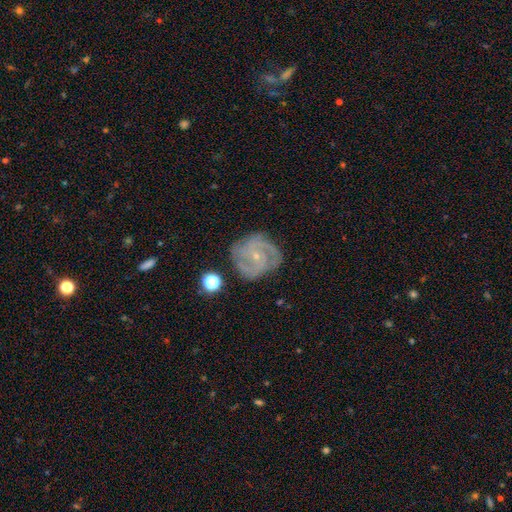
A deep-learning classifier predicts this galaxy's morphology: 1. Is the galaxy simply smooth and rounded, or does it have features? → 86% featured or disk, 8% smooth, 6% star or artifact.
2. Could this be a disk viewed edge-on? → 98% no, 2% yes.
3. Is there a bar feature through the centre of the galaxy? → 65% no, 28% weak, 7% strong.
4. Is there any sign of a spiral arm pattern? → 97% yes, 3% no.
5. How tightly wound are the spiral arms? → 51% tight, 41% medium, 7% loose.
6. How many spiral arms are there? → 43% 3, 23% 2, 13% can't tell, 10% 4, 5% 1, 5% more than 4.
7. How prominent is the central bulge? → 83% small, 13% moderate, 2% none, 1% large, 1% dominant.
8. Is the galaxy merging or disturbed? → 76% none, 17% minor disturbance, 5% major disturbance, 2% merger.